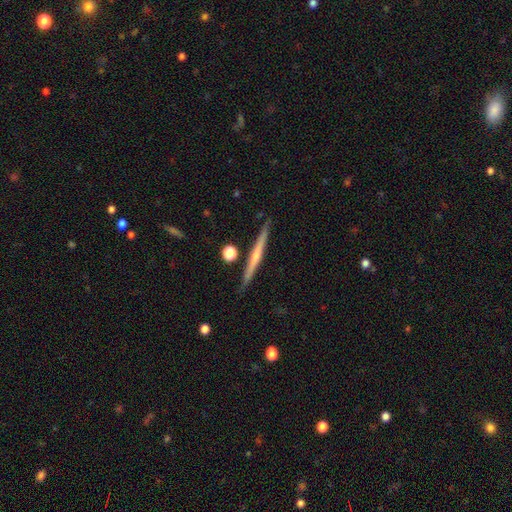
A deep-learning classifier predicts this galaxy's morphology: Smooth or featured: featured or disk — 67% (smooth — 27%)
Edge-on disk: yes — 97% (no — 3%)
Edge-on bulge: rounded — 56% (none — 39%)
Merging: none — 88% (minor disturbance — 8%)